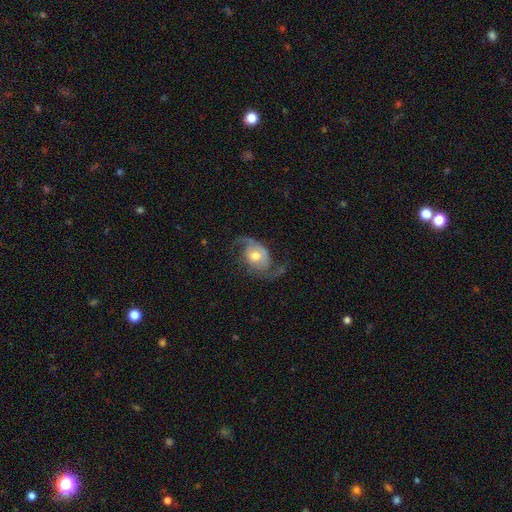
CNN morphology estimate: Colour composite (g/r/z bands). It shows a featured or disk galaxy (74%) with no bar (68%), 2 (81%) loose (56%) spiral arms (89%) and a moderate central bulge (68%). Merging: none (51%).